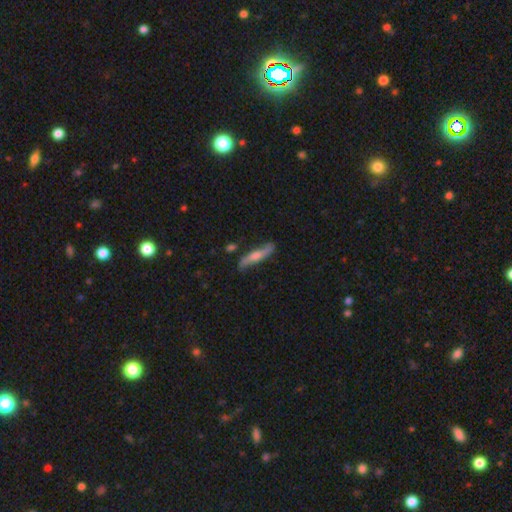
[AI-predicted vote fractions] smooth_or_featured: featured or disk (p=0.59) [alt: smooth p=0.35]
disk_edge_on: yes (p=0.60) [alt: no p=0.40]
merging: none (p=0.77) [alt: minor disturbance p=0.17]